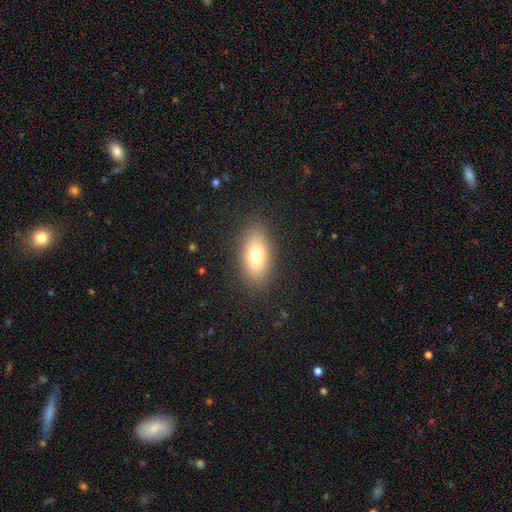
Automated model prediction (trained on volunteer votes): This appears to be a smooth galaxy with no disk features (74%) that is in between round and cigar-shaped (87%). Merging: none (86%).